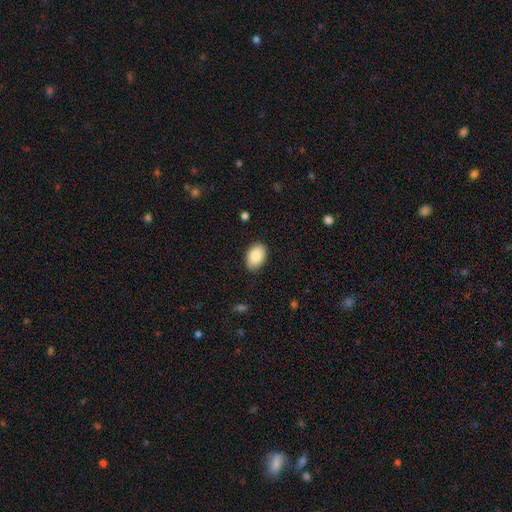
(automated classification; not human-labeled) Smooth or featured? smooth (88%)
How rounded? in between (90%)
Merging? none (86%)